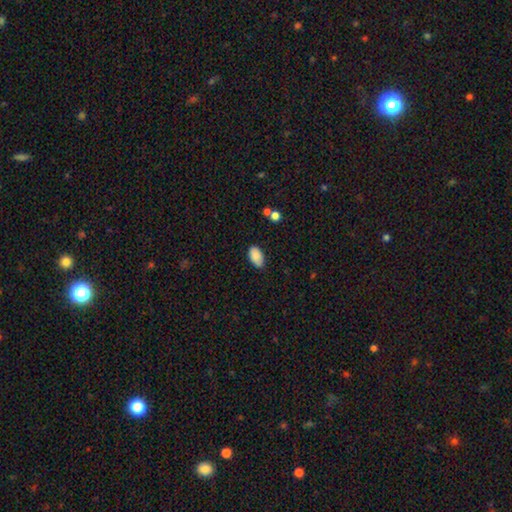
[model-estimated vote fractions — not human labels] Morphology: type=smooth (87%); roundness=in between (94%); merging=none (76%).